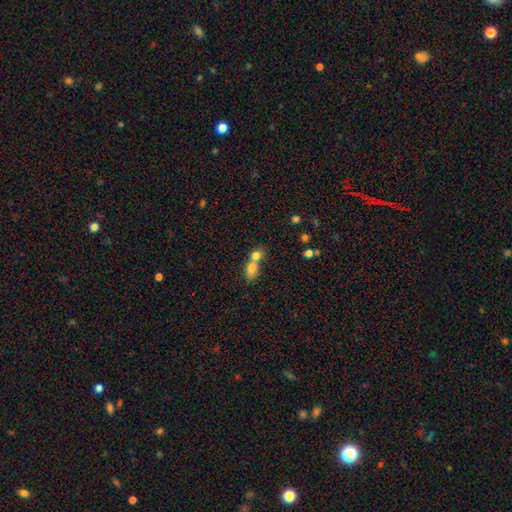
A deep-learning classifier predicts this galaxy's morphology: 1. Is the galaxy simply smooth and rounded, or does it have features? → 75% smooth, 14% featured or disk, 10% star or artifact.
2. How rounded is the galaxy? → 53% in between, 43% round, 4% cigar-shaped.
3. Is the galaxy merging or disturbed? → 70% merger, 21% none, 5% minor disturbance, 3% major disturbance.